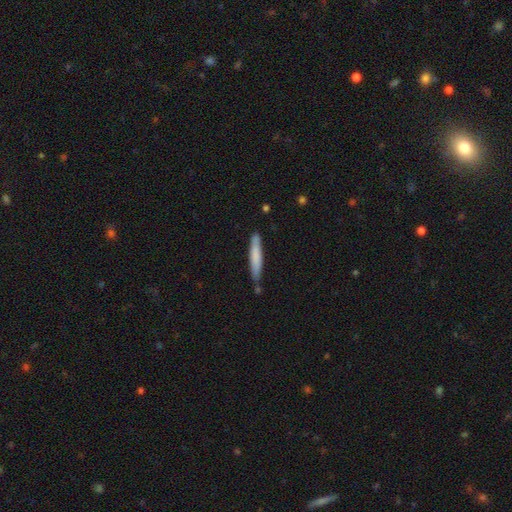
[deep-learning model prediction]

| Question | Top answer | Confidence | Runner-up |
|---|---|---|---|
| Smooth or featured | smooth | 73% | featured or disk (21%) |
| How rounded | cigar-shaped | 93% | in between (6%) |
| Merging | none | 78% | minor disturbance (15%) |